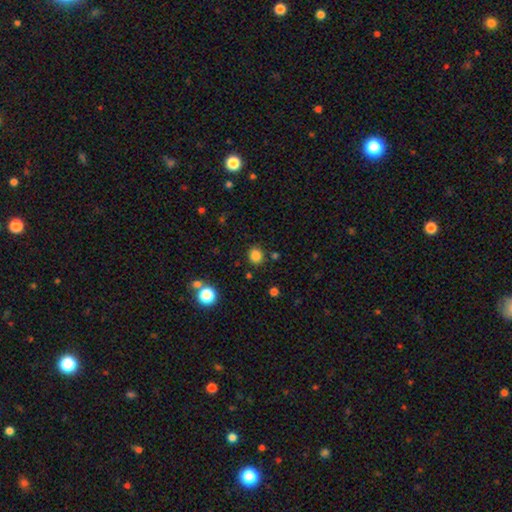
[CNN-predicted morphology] Smooth or featured?
  - smooth: 83% *
  - star or artifact: 13%
  - featured or disk: 4%
How rounded?
  - round: 78% *
  - in between: 21%
  - cigar-shaped: 1%
Merging?
  - none: 84% *
  - minor disturbance: 9%
  - merger: 4%
  - major disturbance: 3%